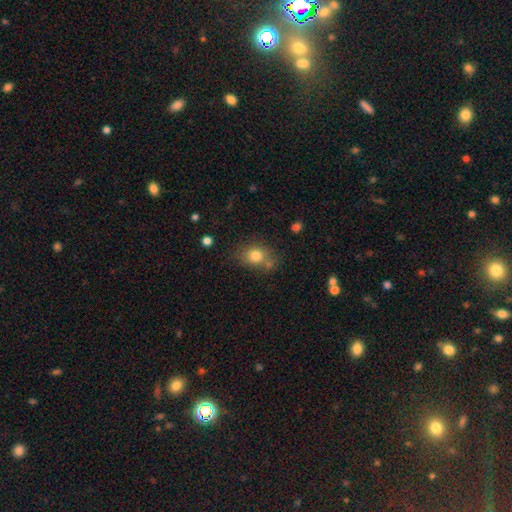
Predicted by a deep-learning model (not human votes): This appears to be a smooth galaxy with no disk features (79%) that is round (53%). Merging: none (67%).